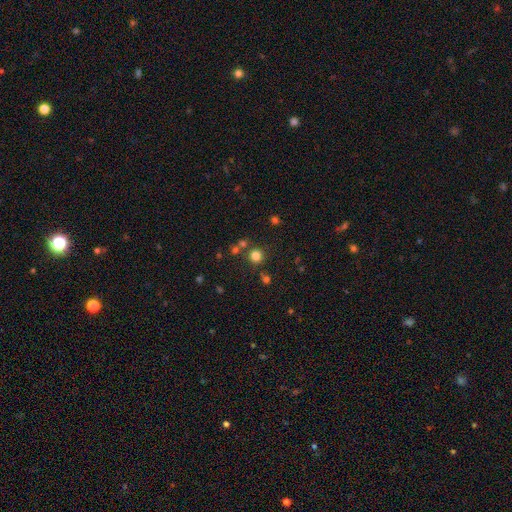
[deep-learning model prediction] smooth-or-featured: smooth: 77% | star or artifact: 18% | featured or disk: 6%
  how-rounded: round: 94% | in between: 5% | cigar-shaped: 1%
  merging: none: 79% | merger: 11% | minor disturbance: 7% | major disturbance: 3%